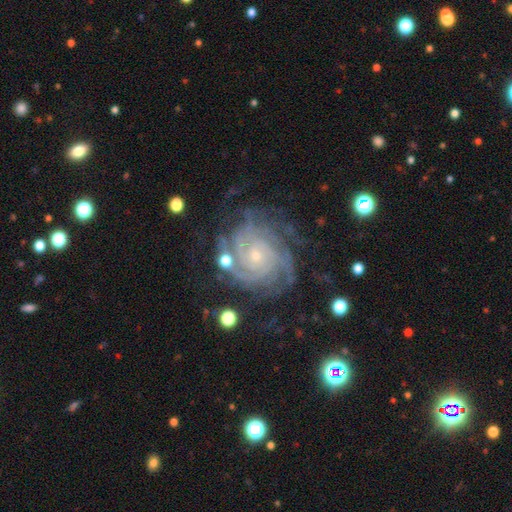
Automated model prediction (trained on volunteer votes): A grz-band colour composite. It shows a featured or disk galaxy (90%) with no bar (74%), 4 (32%) tight (80%) spiral arms (98%) and a small central bulge (77%). Merging: none (70%).